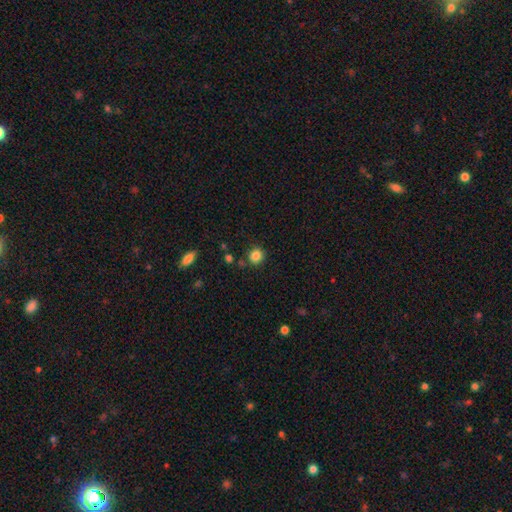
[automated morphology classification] A smooth galaxy with no disk features (84%) that is round (89%). Merging: none (84%).